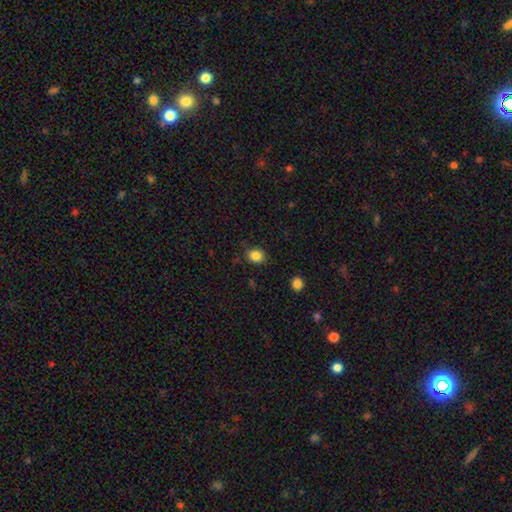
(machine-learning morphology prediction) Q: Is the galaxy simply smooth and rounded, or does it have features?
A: smooth — 84%.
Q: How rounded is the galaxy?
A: round — 69%.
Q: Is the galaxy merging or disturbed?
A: none — 83%.